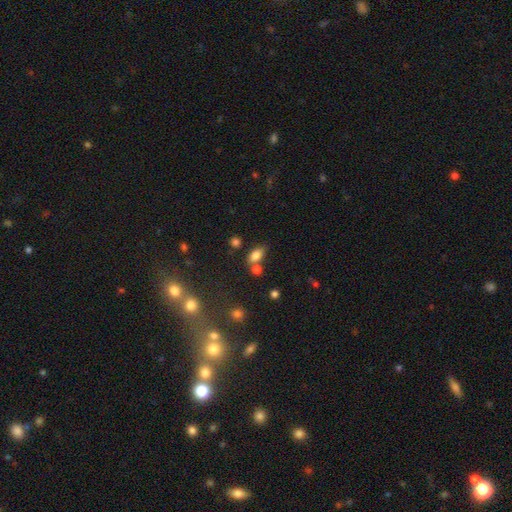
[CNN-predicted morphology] smooth_or_featured: smooth (p=0.80) [alt: star or artifact p=0.11]
how_rounded: in between (p=0.88) [alt: round p=0.08]
merging: none (p=0.59) [alt: merger p=0.22]